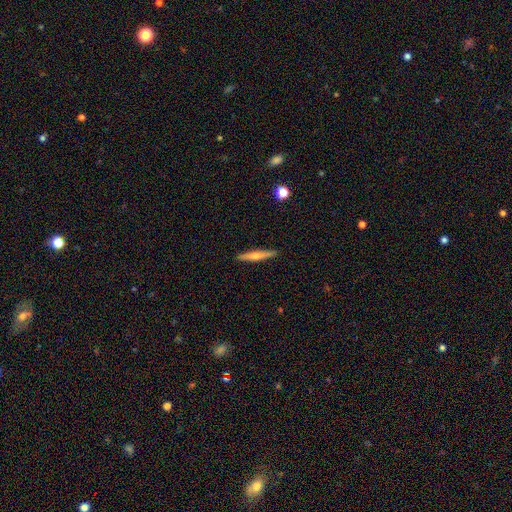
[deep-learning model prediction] smooth_or_featured: smooth (p=0.55) [alt: featured or disk p=0.39]
how_rounded: cigar-shaped (p=0.94) [alt: in between p=0.05]
merging: none (p=0.90) [alt: minor disturbance p=0.07]